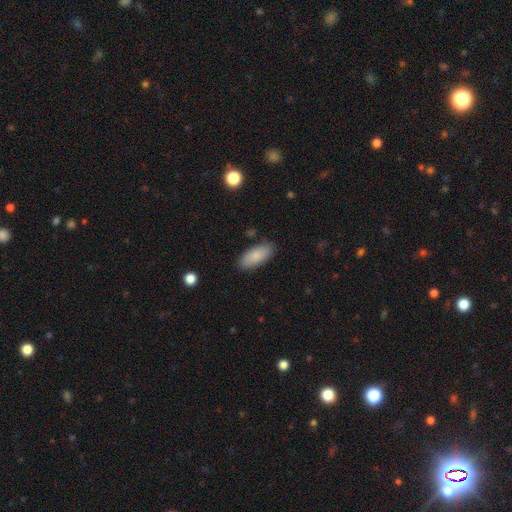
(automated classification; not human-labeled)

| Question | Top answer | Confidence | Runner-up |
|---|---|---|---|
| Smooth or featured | smooth | 86% | featured or disk (8%) |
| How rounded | in between | 87% | cigar-shaped (11%) |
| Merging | none | 85% | minor disturbance (11%) |